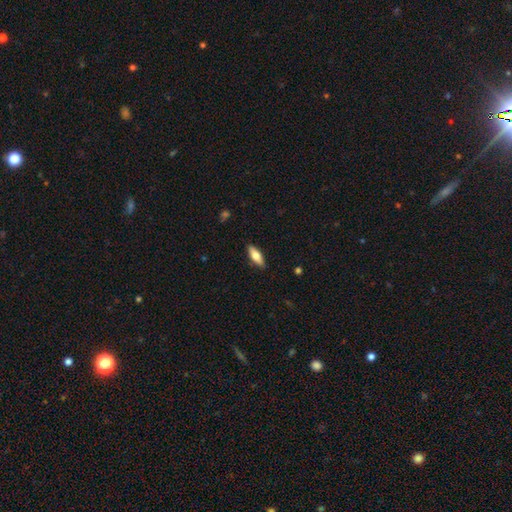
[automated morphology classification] smooth-or-featured: smooth: 67% | featured or disk: 27% | star or artifact: 6%
  how-rounded: in between: 65% | cigar-shaped: 33% | round: 2%
  merging: none: 88% | minor disturbance: 9% | major disturbance: 2% | merger: 1%